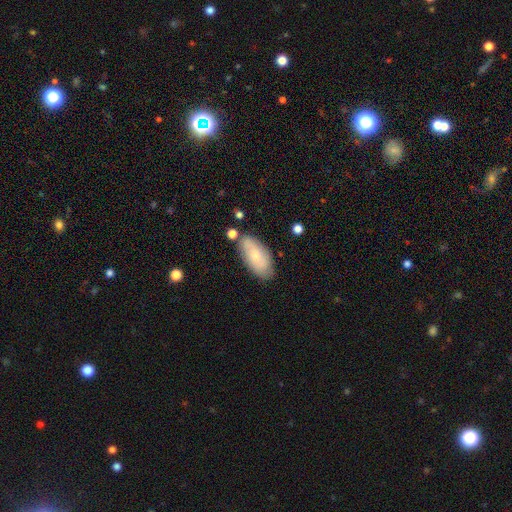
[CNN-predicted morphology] Smooth or featured: smooth — 70% (featured or disk — 24%)
How rounded: in between — 91% (cigar-shaped — 6%)
Merging: none — 75% (minor disturbance — 17%)